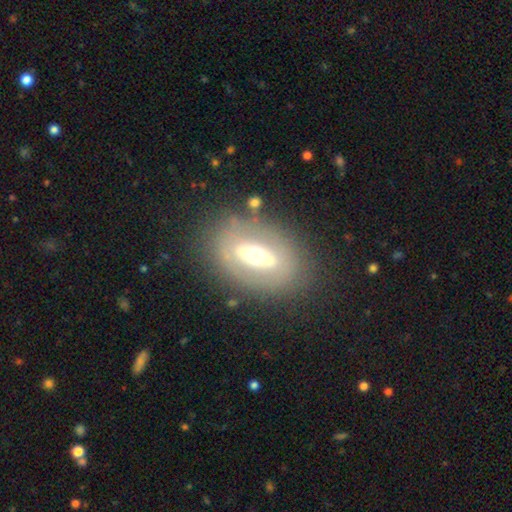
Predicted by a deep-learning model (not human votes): This is likely a featured or disk galaxy (62%). It is clearly not viewed edge-on (88%). Bar: marginally strong (37%). Spiral arm pattern: likely no (73%). Central bulge: likely moderate (63%). Merging: likely none (79%).